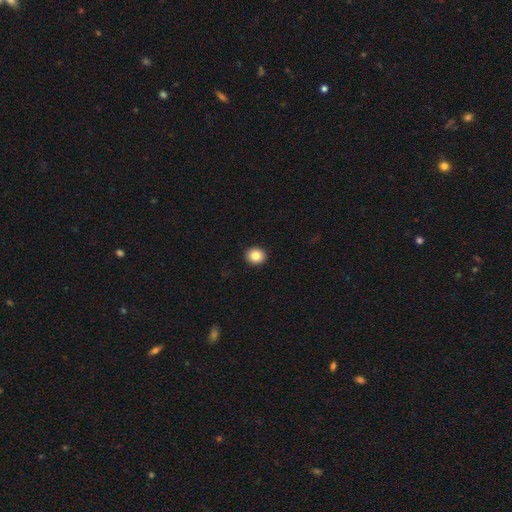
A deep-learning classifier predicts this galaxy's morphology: This appears to be a smooth galaxy with no disk features (85%) that is round (83%). Merging: none (93%).